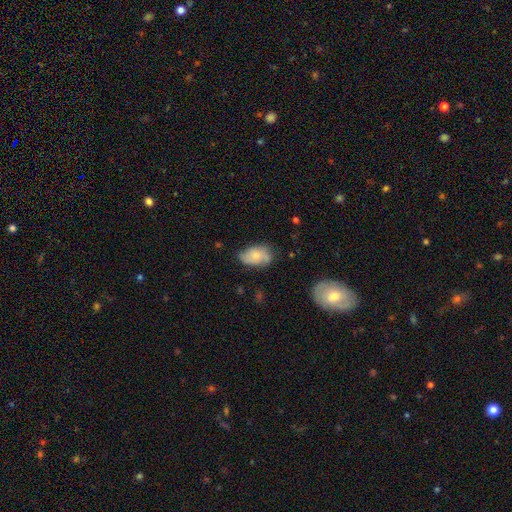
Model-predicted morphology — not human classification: Smooth or featured?
  - smooth: 64% *
  - featured or disk: 29%
  - star or artifact: 7%
How rounded?
  - in between: 91% *
  - round: 7%
  - cigar-shaped: 2%
Merging?
  - none: 56% *
  - minor disturbance: 33%
  - major disturbance: 9%
  - merger: 3%